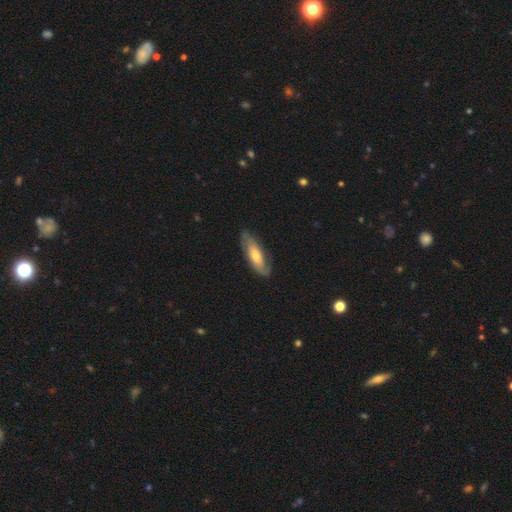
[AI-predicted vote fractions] smooth-or-featured: featured or disk: 51% | smooth: 43% | star or artifact: 5%
  disk-edge-on: no: 72% | yes: 28%
  merging: none: 74% | minor disturbance: 19% | major disturbance: 5% | merger: 1%